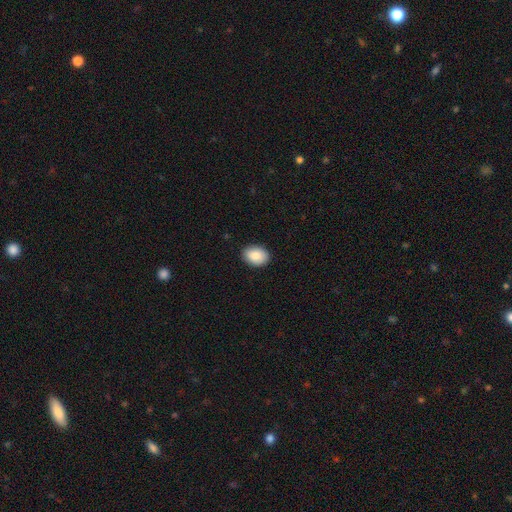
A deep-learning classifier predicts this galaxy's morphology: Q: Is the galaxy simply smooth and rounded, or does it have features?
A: smooth — 87%.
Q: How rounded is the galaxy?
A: in between — 72%.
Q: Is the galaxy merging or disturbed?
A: none — 90%.